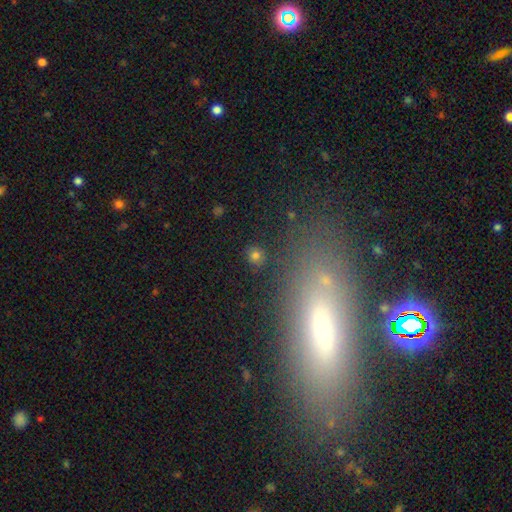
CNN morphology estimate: smooth 75%, star or artifact 17%, featured or disk 7%. Down the decision tree: how rounded — round (85%); merging — none (88%).